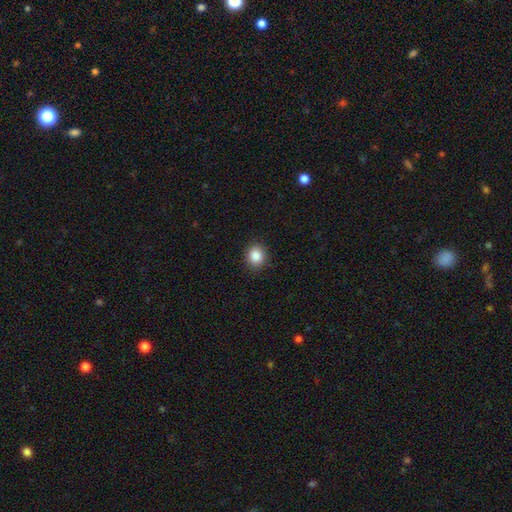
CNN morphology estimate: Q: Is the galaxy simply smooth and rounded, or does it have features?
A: smooth — 87%.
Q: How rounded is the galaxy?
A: round — 78%.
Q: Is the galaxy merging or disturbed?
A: none — 89%.